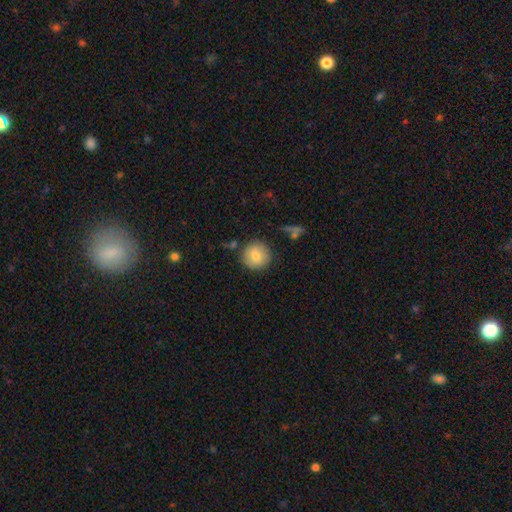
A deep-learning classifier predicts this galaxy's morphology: A smooth galaxy with no disk features (81%) that is round (94%). Merging: none (84%).